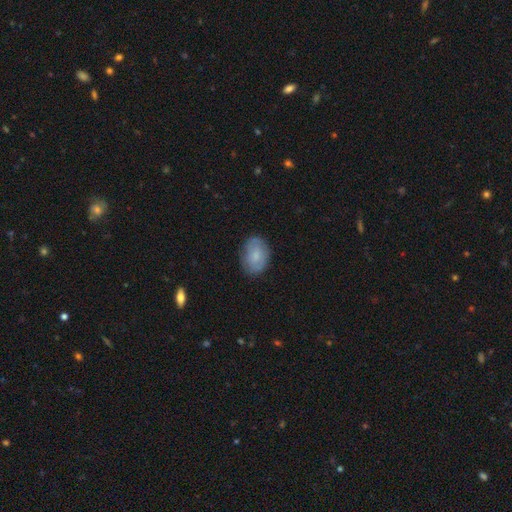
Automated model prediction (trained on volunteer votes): smooth-or-featured: smooth: 64% | featured or disk: 29% | star or artifact: 7%
  how-rounded: in between: 81% | round: 18% | cigar-shaped: 1%
  merging: none: 78% | minor disturbance: 17% | major disturbance: 4% | merger: 1%